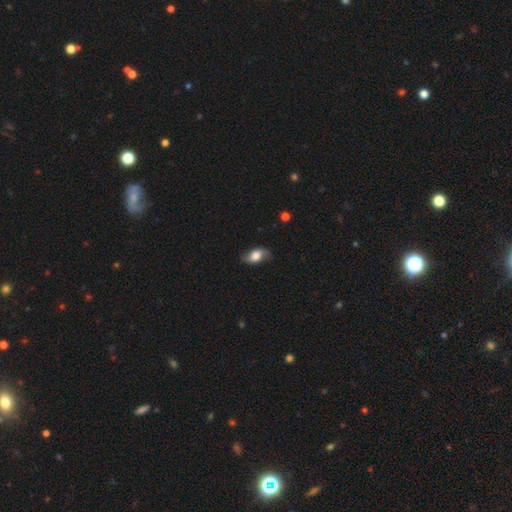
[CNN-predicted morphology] A featured or disk galaxy (52%).

Vote fractions:
- Smooth or featured? featured or disk: 52% / smooth: 41% / star or artifact: 8%
- Edge-on disk? no: 88% / yes: 12%
- Merging? none: 76% / minor disturbance: 18% / major disturbance: 5% / merger: 1%